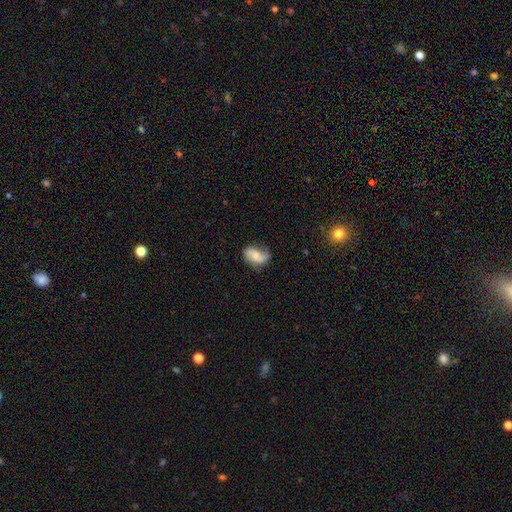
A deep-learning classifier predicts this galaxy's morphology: Smooth or featured? featured or disk (49%)
Merging? none (53%)